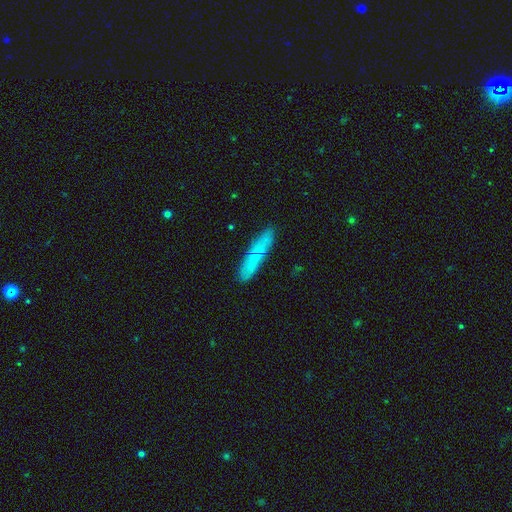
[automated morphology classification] This is likely a smooth galaxy (64%). How rounded: clearly cigar-shaped (89%). Merging: clearly none (83%).